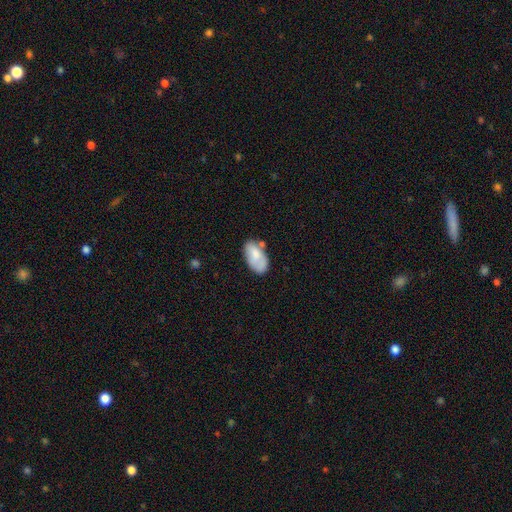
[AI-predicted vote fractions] Smooth or featured? Predicted: smooth (p=0.75). How rounded? Predicted: in between (p=0.94). Merging? Predicted: none (p=0.55).